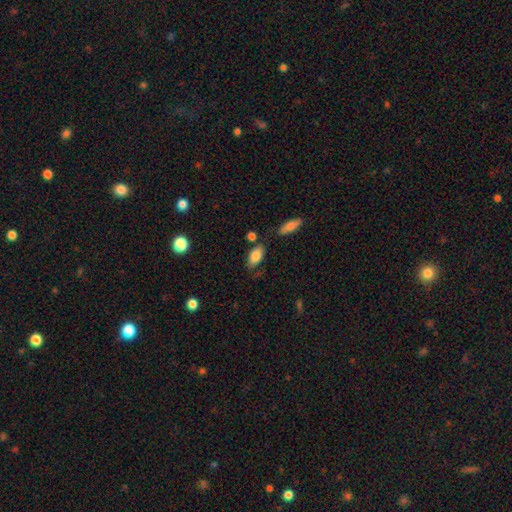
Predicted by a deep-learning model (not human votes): Q: Smooth or featured?
A: smooth (84%); runner-up: featured or disk (9%)
Q: How rounded?
A: in between (92%); runner-up: cigar-shaped (5%)
Q: Merging?
A: none (71%); runner-up: minor disturbance (17%)